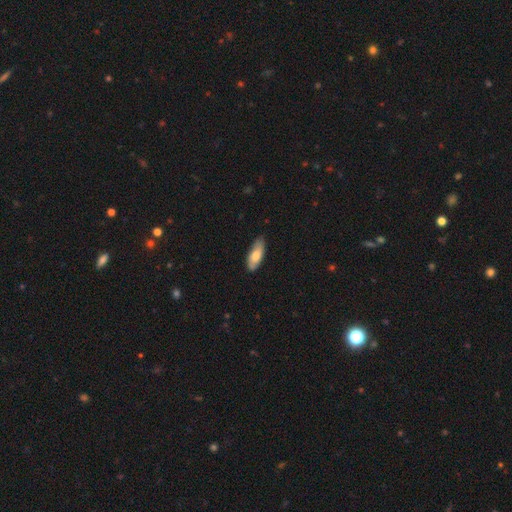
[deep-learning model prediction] smooth-or-featured: smooth: 71% | featured or disk: 24% | star or artifact: 6%
  how-rounded: in between: 74% | cigar-shaped: 24% | round: 2%
  merging: none: 80% | minor disturbance: 17% | major disturbance: 2% | merger: 1%